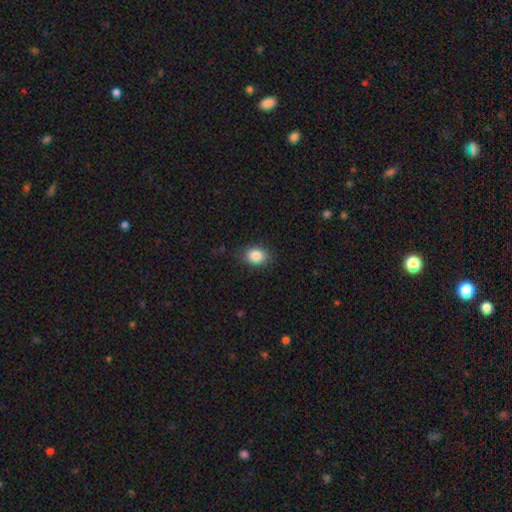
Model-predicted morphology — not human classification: This is clearly a smooth galaxy (86%). How rounded: possibly in between (55%). Merging: clearly none (83%).